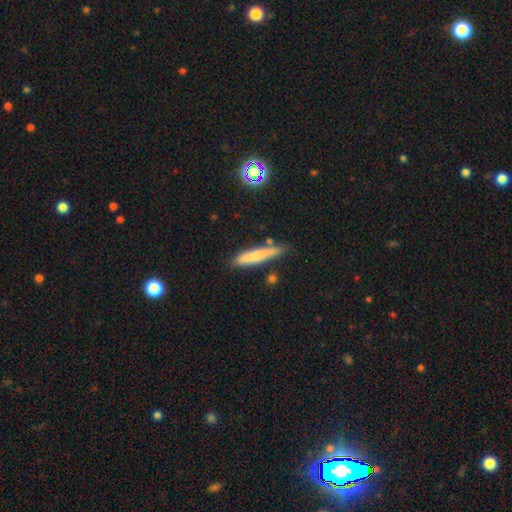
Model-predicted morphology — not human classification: Smooth or featured? Predicted: smooth (p=0.67). How rounded? Predicted: cigar-shaped (p=0.90). Merging? Predicted: none (p=0.76).